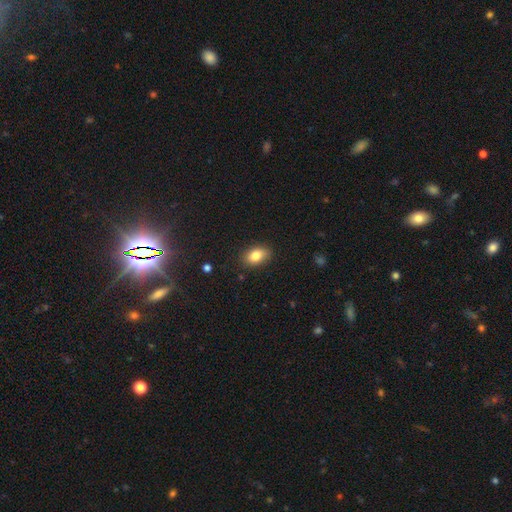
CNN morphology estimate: A smooth galaxy with no disk features (83%) that is in between round and cigar-shaped (85%). Merging: none (84%).